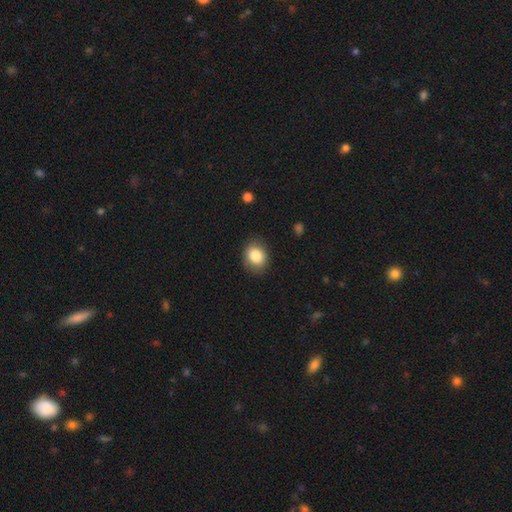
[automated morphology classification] A smooth galaxy with no disk features (84%) that is round (53%). Merging: none (85%).